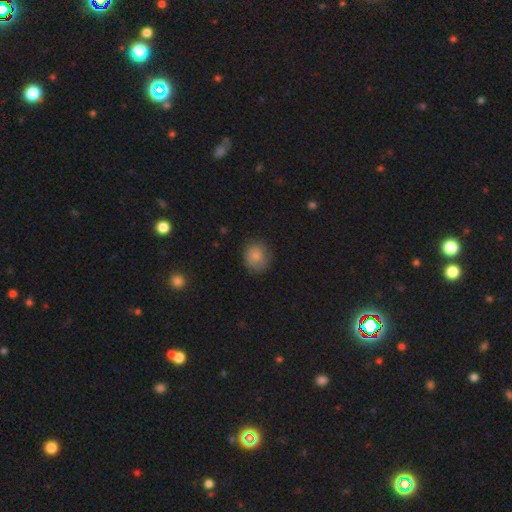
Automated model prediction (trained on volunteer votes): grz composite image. It shows a smooth galaxy with no disk features (76%) that is round (78%). Merging: none (77%).